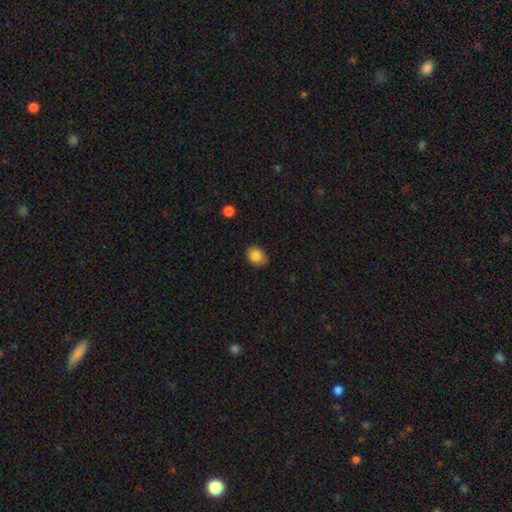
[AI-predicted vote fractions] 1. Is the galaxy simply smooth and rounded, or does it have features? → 84% smooth, 9% star or artifact, 7% featured or disk.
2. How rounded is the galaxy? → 55% round, 44% in between, 1% cigar-shaped.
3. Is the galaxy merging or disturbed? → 77% none, 19% minor disturbance, 3% major disturbance, 1% merger.